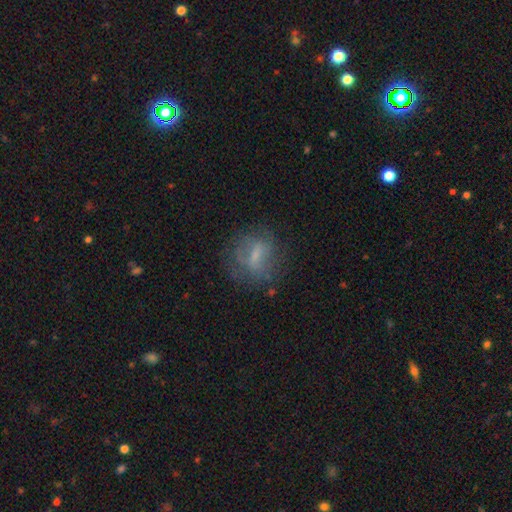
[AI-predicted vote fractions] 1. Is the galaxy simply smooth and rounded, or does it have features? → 46% featured or disk, 42% smooth, 11% star or artifact.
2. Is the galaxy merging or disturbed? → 63% none, 20% minor disturbance, 15% major disturbance, 2% merger.